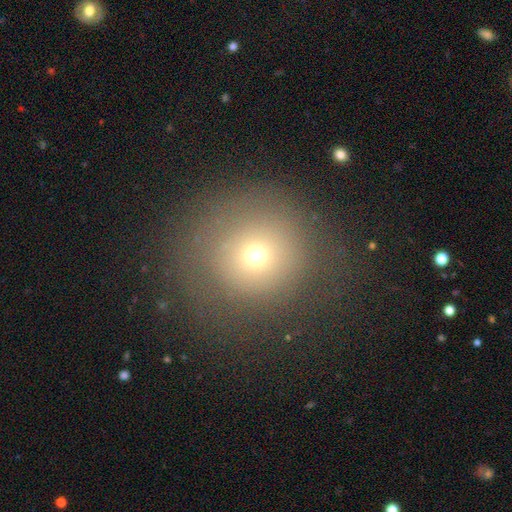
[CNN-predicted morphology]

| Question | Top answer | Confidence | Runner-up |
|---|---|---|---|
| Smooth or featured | smooth | 67% | star or artifact (20%) |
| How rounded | round | 92% | in between (7%) |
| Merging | none | 69% | minor disturbance (14%) |